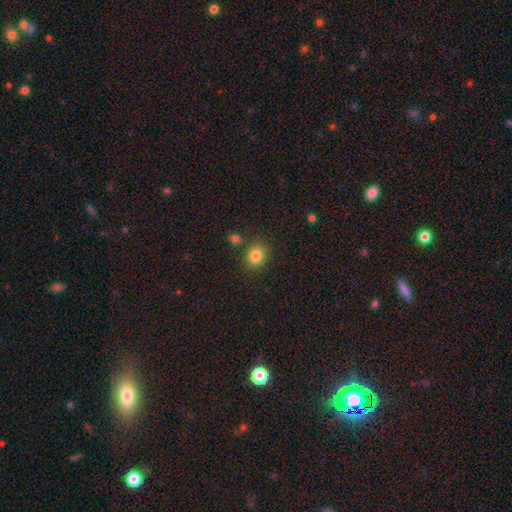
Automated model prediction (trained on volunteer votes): This appears to be a smooth galaxy with no disk features (83%) that is round (73%). Merging: none (80%).